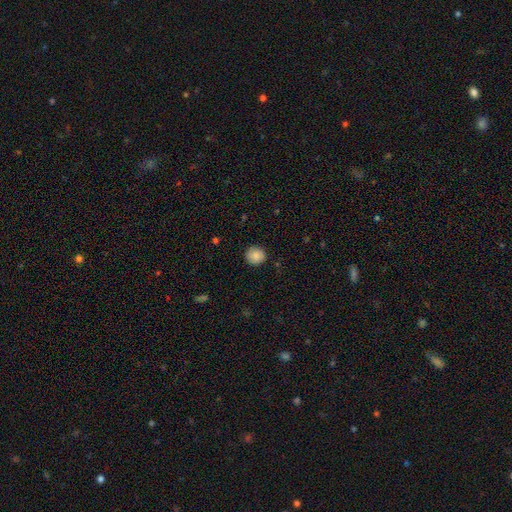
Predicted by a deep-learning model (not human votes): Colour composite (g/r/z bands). It shows a smooth galaxy with no disk features (83%) that is round (91%). Merging: none (87%).